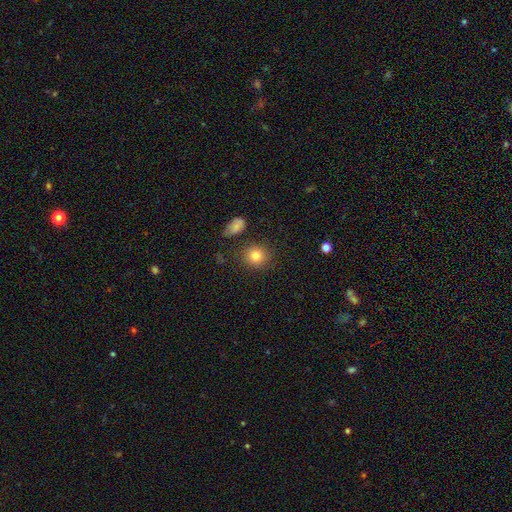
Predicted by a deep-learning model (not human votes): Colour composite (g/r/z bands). It shows a smooth galaxy with no disk features (82%) that is round (85%). Merging: none (82%).